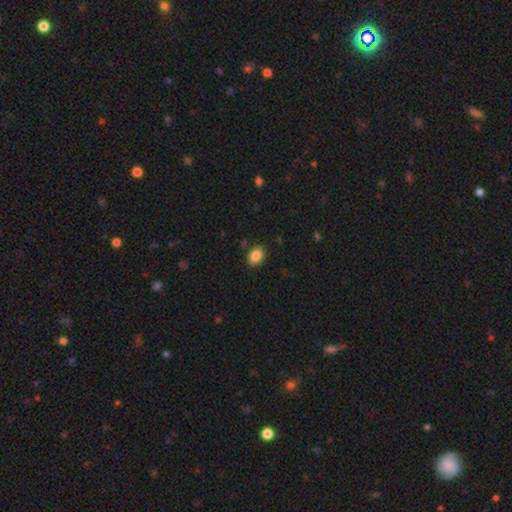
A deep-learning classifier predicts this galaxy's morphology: The model was most divided on "how rounded": in between: 70%, round: 29%, cigar-shaped: 1%. More confident: merging — none (87%); smooth or featured — smooth (87%).